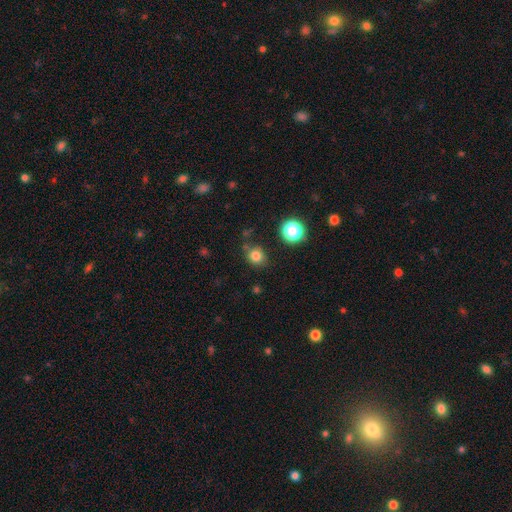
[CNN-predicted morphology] Q: Smooth or featured?
A: smooth (79%); runner-up: star or artifact (15%)
Q: How rounded?
A: round (79%); runner-up: in between (20%)
Q: Merging?
A: none (77%); runner-up: minor disturbance (13%)